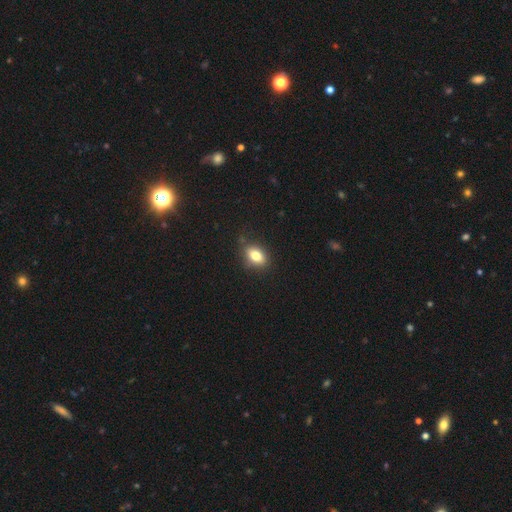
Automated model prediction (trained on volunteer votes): This is likely a smooth galaxy (80%). How rounded: clearly in between (82%). Merging: clearly none (81%).